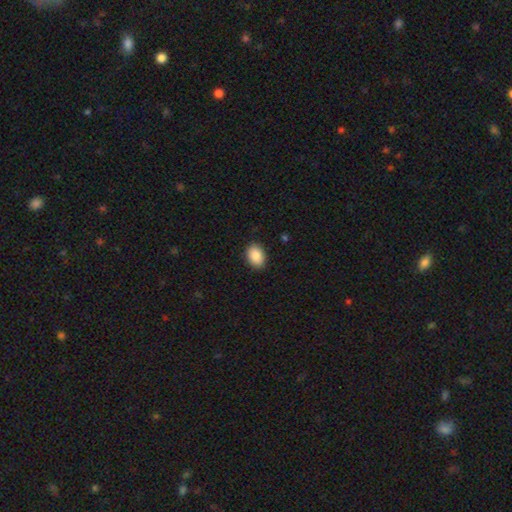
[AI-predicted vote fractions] Q: Smooth or featured?
A: smooth (90%); runner-up: star or artifact (7%)
Q: How rounded?
A: in between (80%); runner-up: round (19%)
Q: Merging?
A: none (88%); runner-up: minor disturbance (9%)